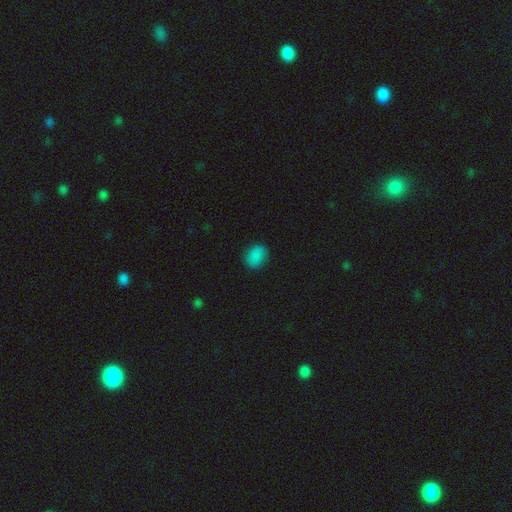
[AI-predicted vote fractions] Smooth or featured?
  - smooth: 86% *
  - star or artifact: 10%
  - featured or disk: 4%
How rounded?
  - in between: 61% *
  - round: 37%
  - cigar-shaped: 1%
Merging?
  - none: 84% *
  - minor disturbance: 12%
  - major disturbance: 3%
  - merger: 1%